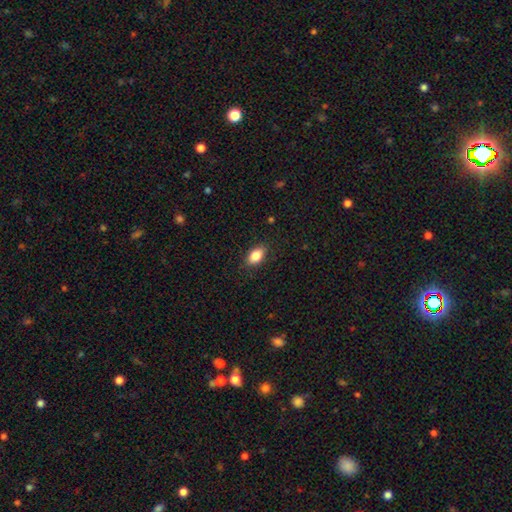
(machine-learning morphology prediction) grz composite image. It shows a smooth galaxy with no disk features (86%) that is in between round and cigar-shaped (89%). Merging: none (86%).